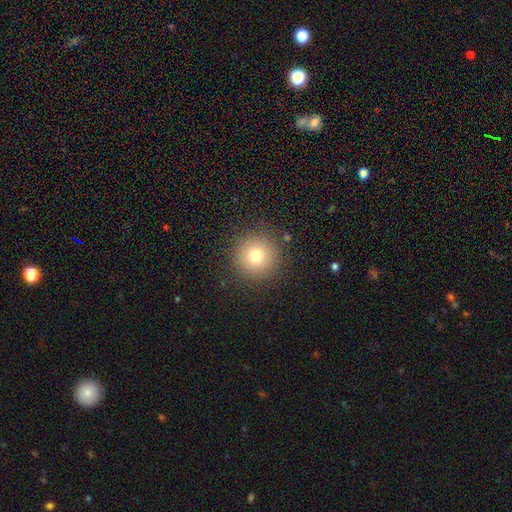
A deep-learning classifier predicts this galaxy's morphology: Overall: smooth (77%). How rounded: round (96%). Merging: none (89%).